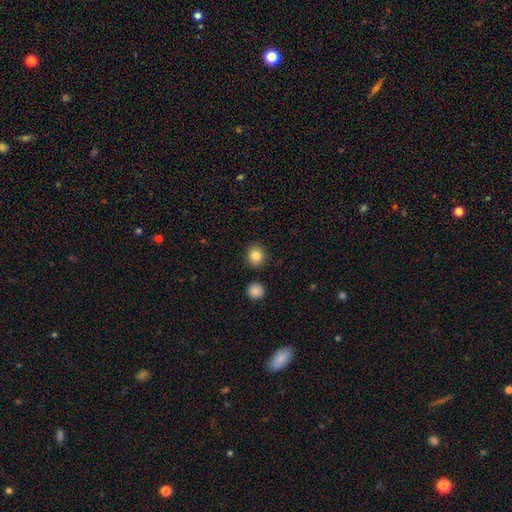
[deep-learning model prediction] Smooth or featured? smooth (83%)
How rounded? round (86%)
Merging? none (91%)